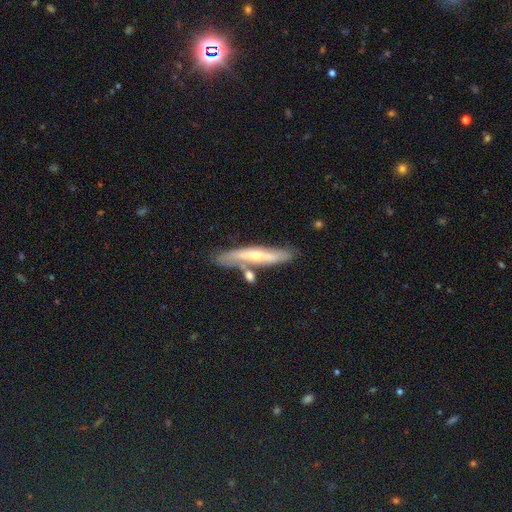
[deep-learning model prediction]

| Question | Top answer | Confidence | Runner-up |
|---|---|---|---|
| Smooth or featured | featured or disk | 58% | smooth (35%) |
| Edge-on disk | yes | 75% | no (25%) |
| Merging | none | 67% | minor disturbance (16%) |